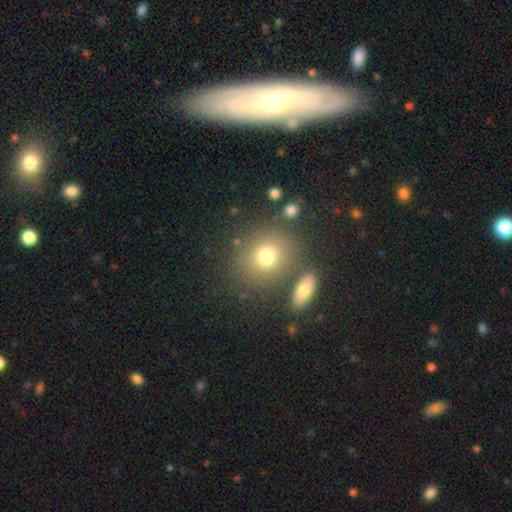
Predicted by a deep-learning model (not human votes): The model was most divided on "smooth or featured": smooth: 49%, featured or disk: 26%, star or artifact: 26%. More confident: merging — none (81%).